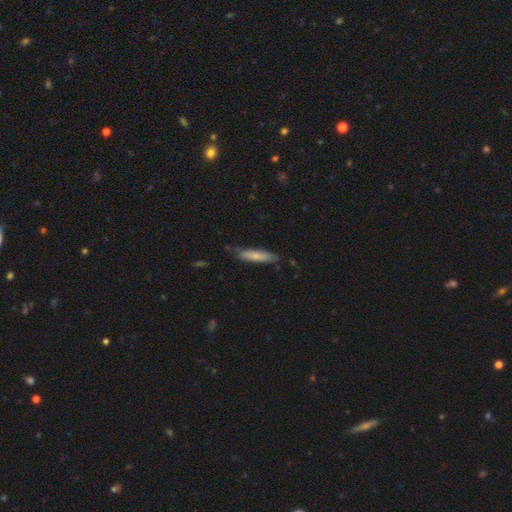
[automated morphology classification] This is likely a smooth galaxy (71%). How rounded: clearly cigar-shaped (86%). Merging: likely none (76%).